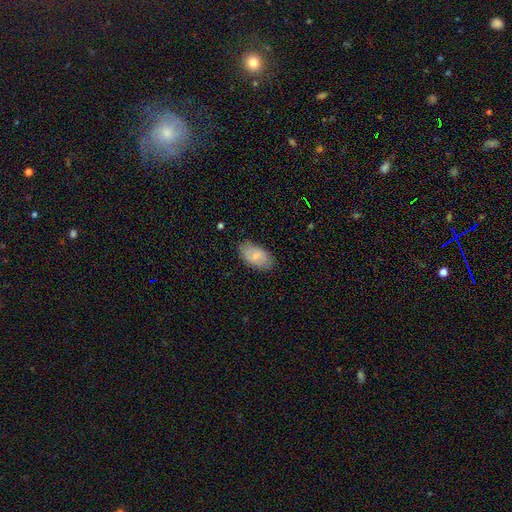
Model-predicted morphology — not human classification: type=smooth (75%); roundness=in between (94%); merging=none (81%).